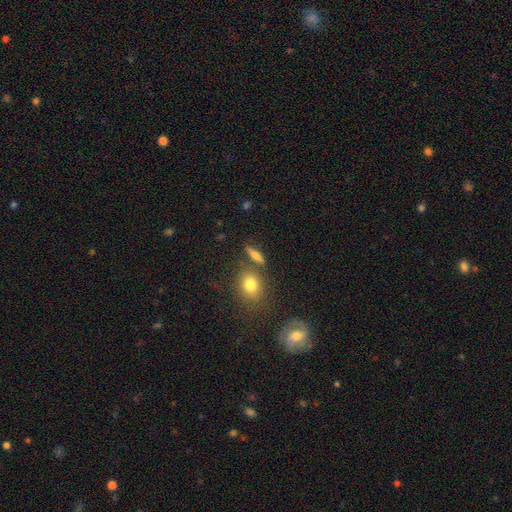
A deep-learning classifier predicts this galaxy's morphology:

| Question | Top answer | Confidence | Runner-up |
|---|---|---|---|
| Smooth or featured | smooth | 60% | featured or disk (27%) |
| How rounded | cigar-shaped | 51% | in between (33%) |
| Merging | none | 75% | minor disturbance (11%) |